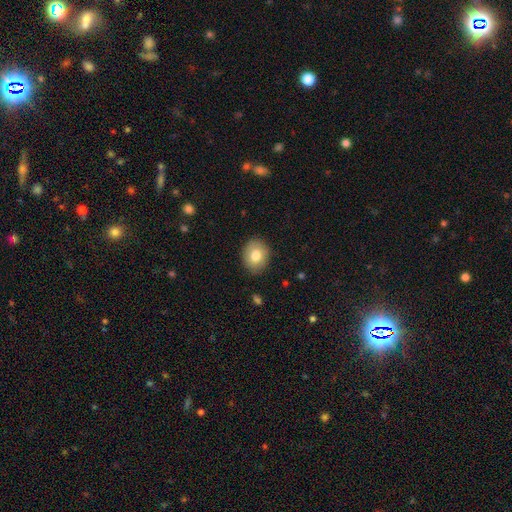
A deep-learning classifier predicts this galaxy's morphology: type=smooth (78%); roundness=round (53%); merging=none (86%).